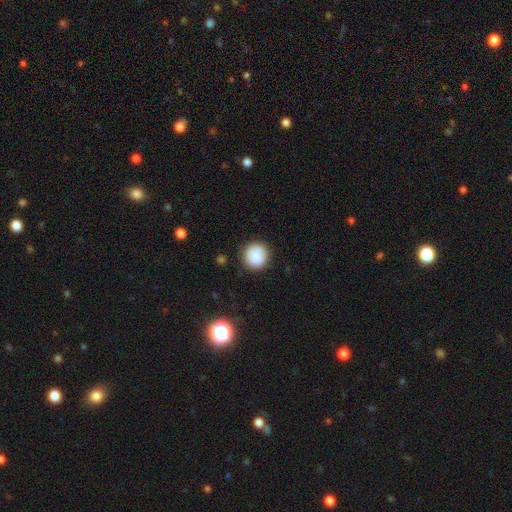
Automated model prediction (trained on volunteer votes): A smooth galaxy with no disk features (88%) that is round (92%). Merging: none (89%).